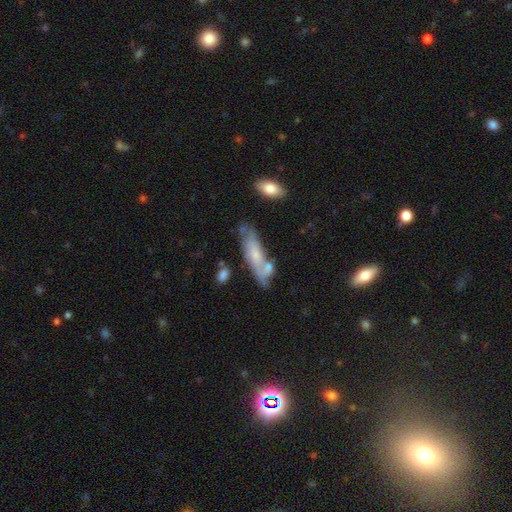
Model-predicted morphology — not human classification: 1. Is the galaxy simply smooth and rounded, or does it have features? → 48% smooth, 44% featured or disk, 8% star or artifact.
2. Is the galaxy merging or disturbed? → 52% none, 21% minor disturbance, 19% merger, 8% major disturbance.